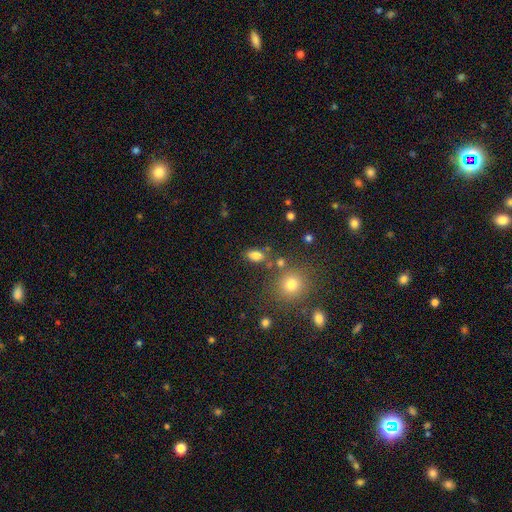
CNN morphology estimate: smooth-or-featured: smooth: 79% | star or artifact: 13% | featured or disk: 8%
  how-rounded: in between: 82% | round: 16% | cigar-shaped: 3%
  merging: none: 75% | minor disturbance: 12% | merger: 9% | major disturbance: 4%